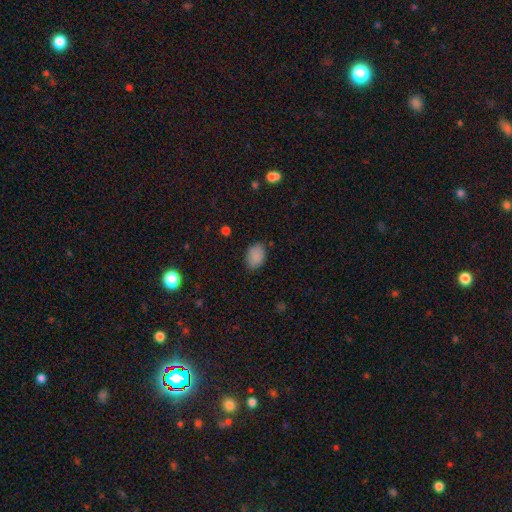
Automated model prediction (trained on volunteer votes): The model was most divided on "merging": none: 78%, minor disturbance: 17%, major disturbance: 3%, merger: 1%. More confident: smooth or featured — smooth (86%); how rounded — in between (82%).